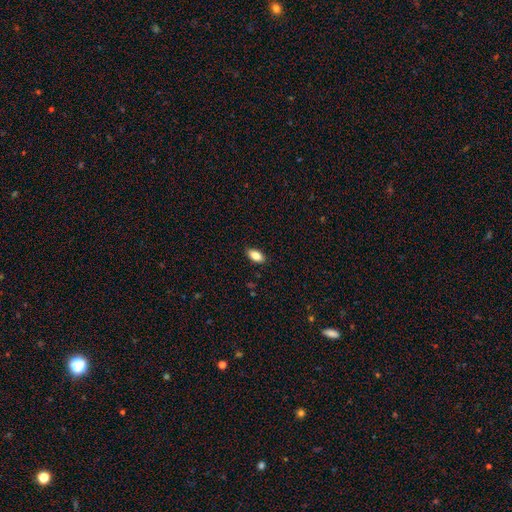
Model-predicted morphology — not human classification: Overall: smooth (83%). How rounded: in between (91%). Merging: none (88%).